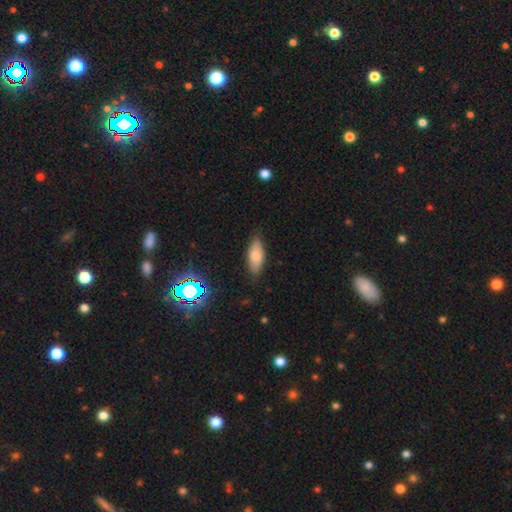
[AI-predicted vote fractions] Smooth or featured? smooth (78%)
How rounded? in between (75%)
Merging? none (82%)